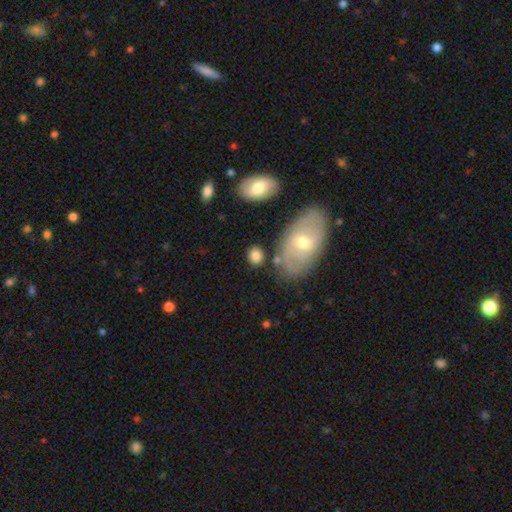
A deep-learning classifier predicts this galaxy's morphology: A smooth galaxy with no disk features (80%) that is in between round and cigar-shaped (53%). Merging: none (73%).